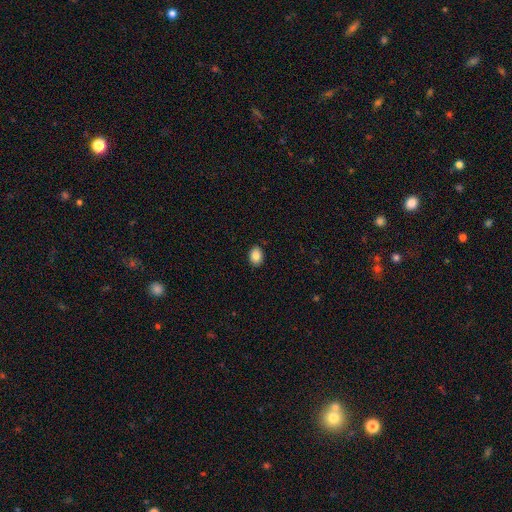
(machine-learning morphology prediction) This appears to be a smooth galaxy with no disk features (86%) that is in between round and cigar-shaped (68%). Merging: none (89%).